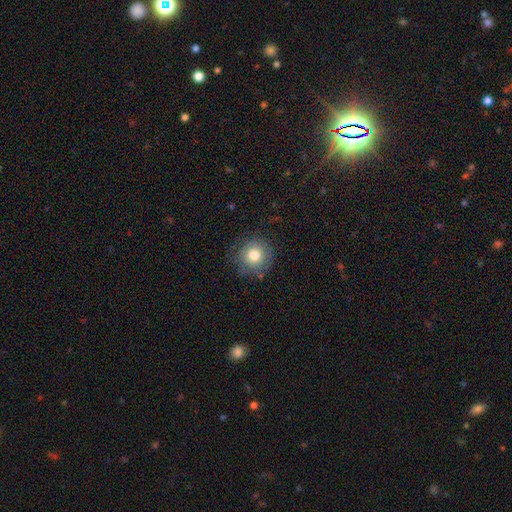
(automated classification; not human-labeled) Smooth or featured: smooth — 46% (star or artifact — 39%)
Merging: none — 88% (minor disturbance — 7%)